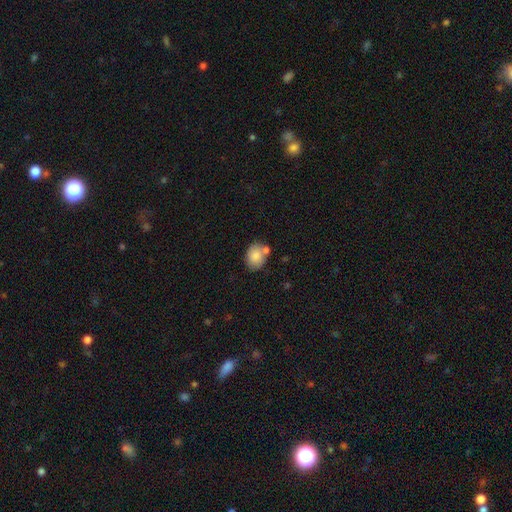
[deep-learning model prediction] This is clearly a smooth galaxy (84%). How rounded: possibly in between (55%). Merging: likely none (63%).